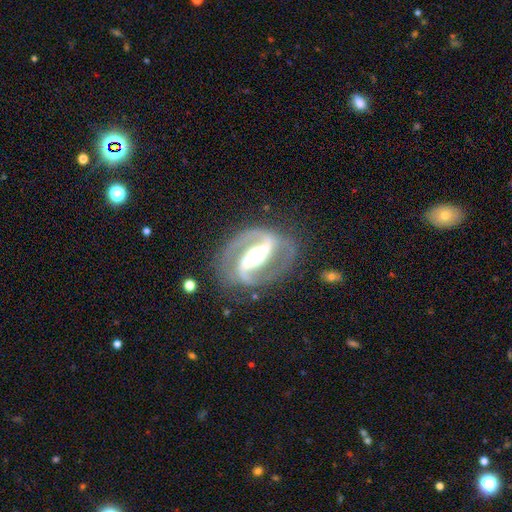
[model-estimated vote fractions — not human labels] This appears to be a featured or disk galaxy (91%) with a strong bar (67%), 2 (94%) medium (59%) spiral arms (96%) and a moderate central bulge (59%). Merging: none (77%).